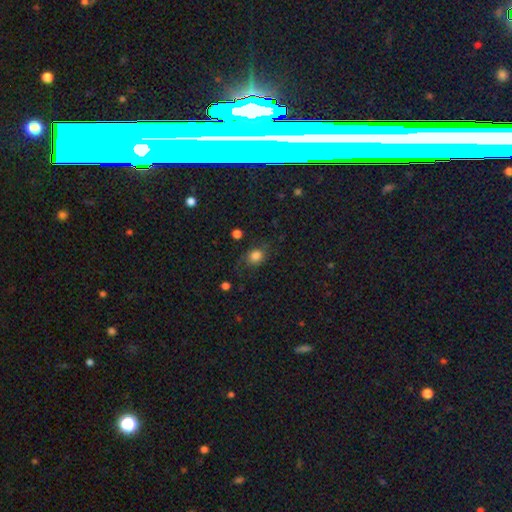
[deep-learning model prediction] The model was most divided on "how rounded": round: 58%, in between: 41%, cigar-shaped: 1%. More confident: smooth or featured — smooth (77%); merging — none (66%).